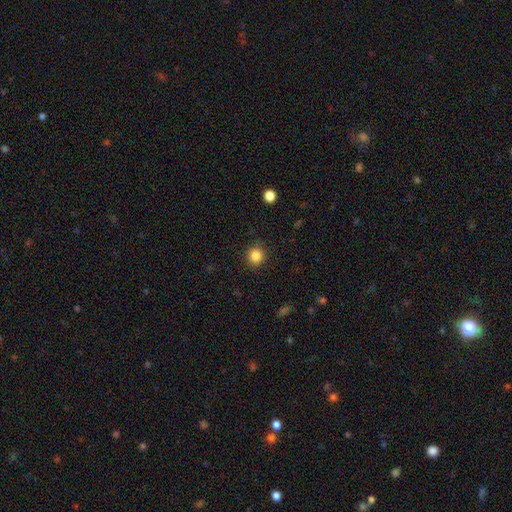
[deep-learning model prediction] Morphology: type=smooth (85%); roundness=round (88%); merging=none (89%).